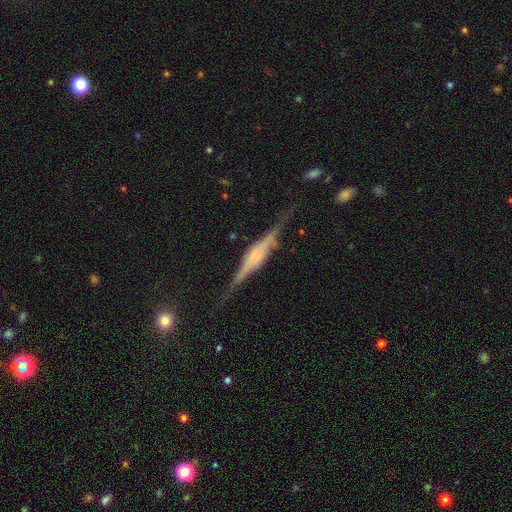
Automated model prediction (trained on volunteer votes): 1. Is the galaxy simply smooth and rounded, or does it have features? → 82% featured or disk, 12% smooth, 6% star or artifact.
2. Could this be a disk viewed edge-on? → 97% yes, 3% no.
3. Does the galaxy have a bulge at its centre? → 51% rounded, 42% boxy, 7% none.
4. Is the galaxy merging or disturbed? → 79% none, 15% minor disturbance, 5% major disturbance, 2% merger.